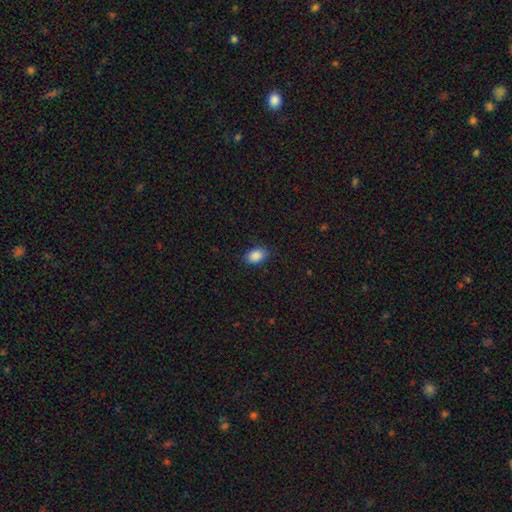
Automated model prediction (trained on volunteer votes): smooth-or-featured: smooth: 88% | star or artifact: 8% | featured or disk: 4%
  how-rounded: in between: 87% | round: 12% | cigar-shaped: 1%
  merging: none: 86% | minor disturbance: 11% | major disturbance: 3% | merger: 1%